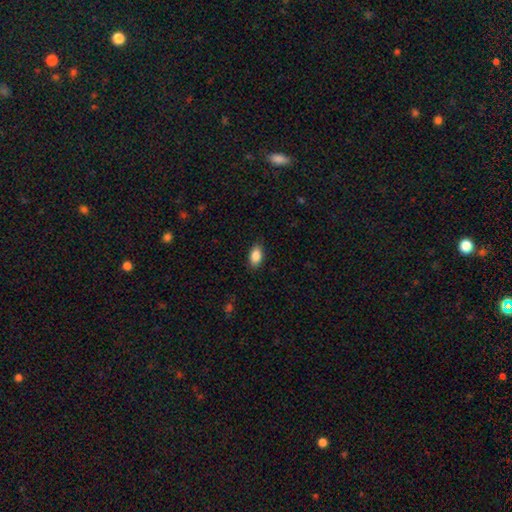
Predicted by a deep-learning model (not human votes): Q: Smooth or featured?
A: smooth (88%); runner-up: star or artifact (7%)
Q: How rounded?
A: in between (92%); runner-up: round (5%)
Q: Merging?
A: none (87%); runner-up: minor disturbance (9%)